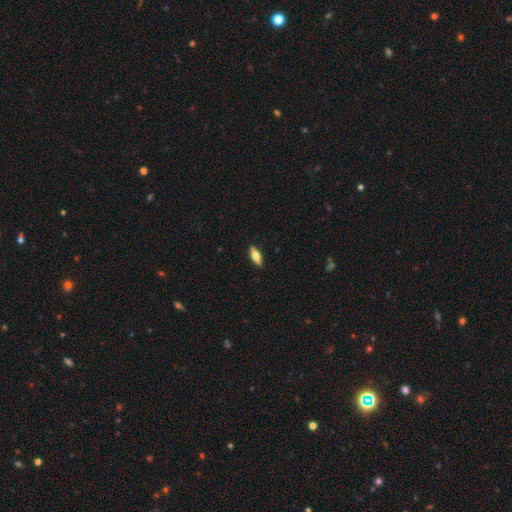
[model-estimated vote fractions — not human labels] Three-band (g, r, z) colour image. It shows a smooth galaxy with no disk features (57%) that is in between round and cigar-shaped (51%). Merging: none (90%).